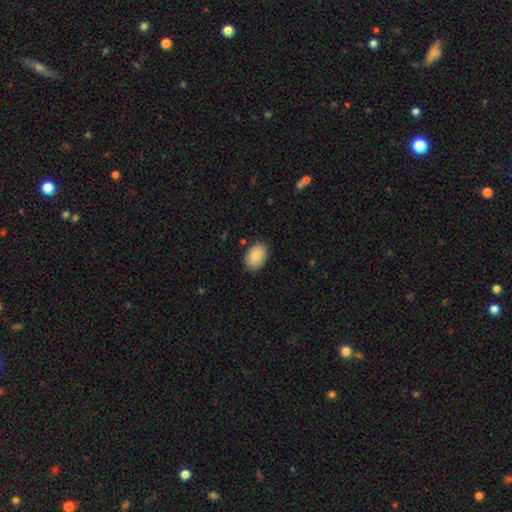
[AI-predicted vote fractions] smooth 87%, star or artifact 7%, featured or disk 6%. Down the decision tree: how rounded — in between (86%); merging — none (86%).